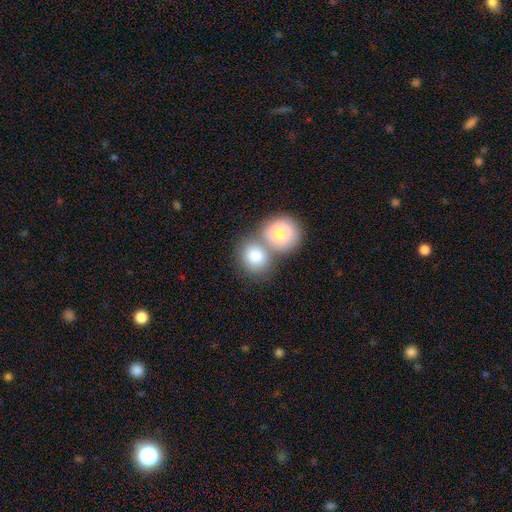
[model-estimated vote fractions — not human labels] The model was most divided on "merging": merger: 51%, none: 38%, minor disturbance: 8%, major disturbance: 4%. More confident: smooth or featured — smooth (77%); how rounded — round (76%).